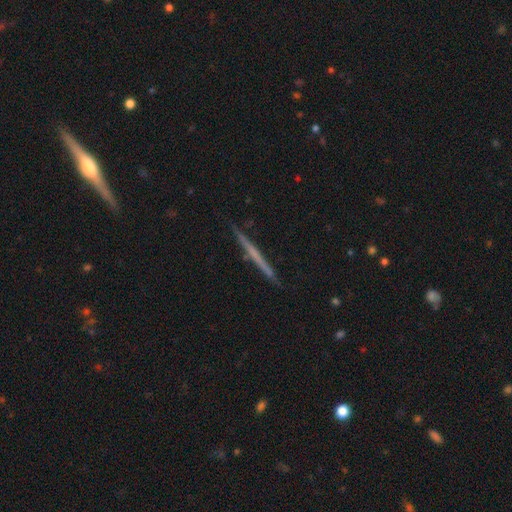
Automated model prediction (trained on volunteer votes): Morphology: type=featured or disk (56%); edge-on=yes (98%); edge-on bulge=none (88%); merging=none (90%).